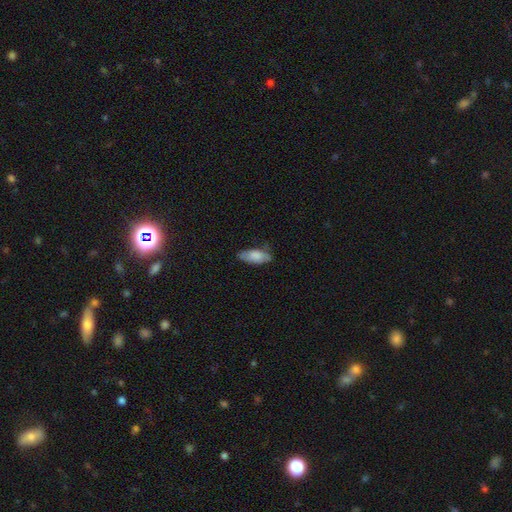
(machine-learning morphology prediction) type=smooth (82%); roundness=in between (83%); merging=none (66%).